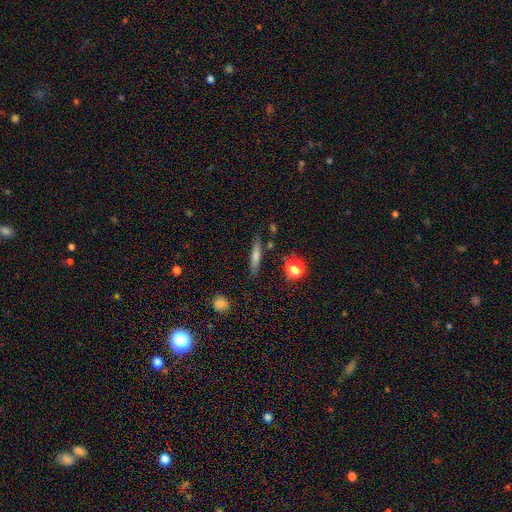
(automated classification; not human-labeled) Smooth or featured? smooth (62%)
How rounded? cigar-shaped (83%)
Merging? none (83%)